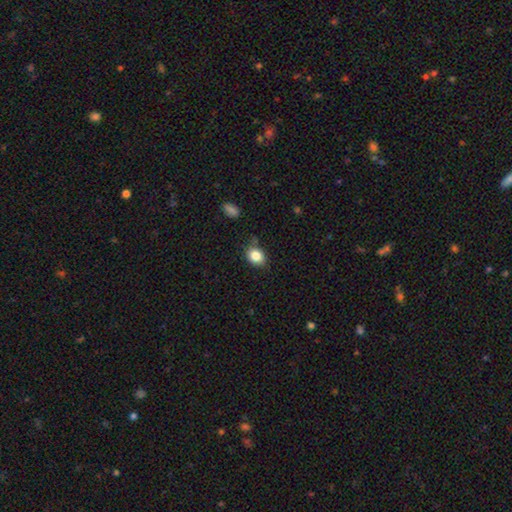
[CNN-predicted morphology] Smooth or featured? smooth (84%)
How rounded? in between (54%)
Merging? none (78%)